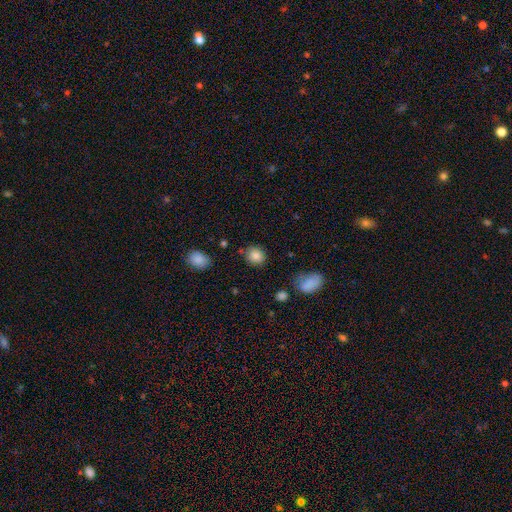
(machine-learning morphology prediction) Smooth or featured?
  - smooth: 85% *
  - star or artifact: 9%
  - featured or disk: 5%
How rounded?
  - round: 74% *
  - in between: 25%
  - cigar-shaped: 1%
Merging?
  - none: 81% *
  - minor disturbance: 13%
  - major disturbance: 4%
  - merger: 3%